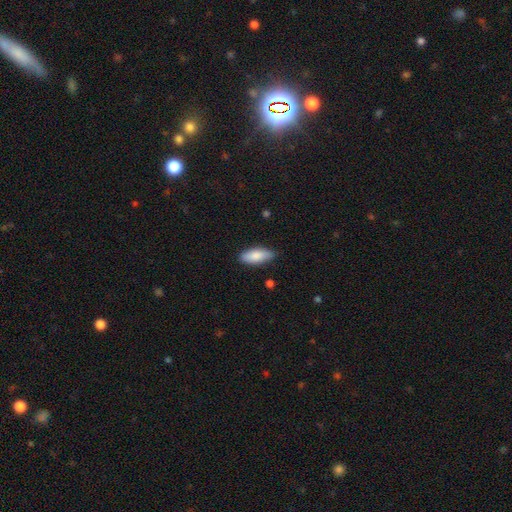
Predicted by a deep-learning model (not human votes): This appears to be a smooth galaxy with no disk features (84%) that is in between round and cigar-shaped (78%). Merging: none (84%).